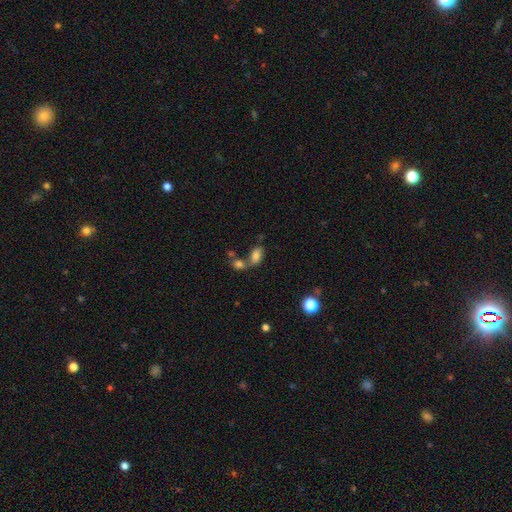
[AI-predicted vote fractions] Smooth or featured?
  - smooth: 79% *
  - star or artifact: 11%
  - featured or disk: 10%
How rounded?
  - in between: 90% *
  - round: 7%
  - cigar-shaped: 4%
Merging?
  - merger: 42% *
  - none: 41%
  - minor disturbance: 12%
  - major disturbance: 5%